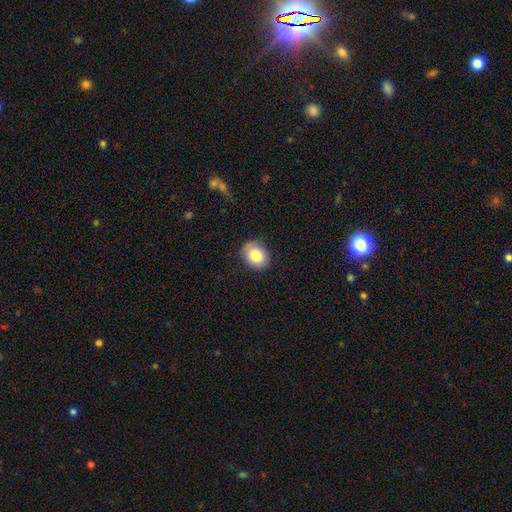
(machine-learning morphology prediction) smooth 81%, featured or disk 10%, star or artifact 8%. Down the decision tree: how rounded — round (52%); merging — none (83%).